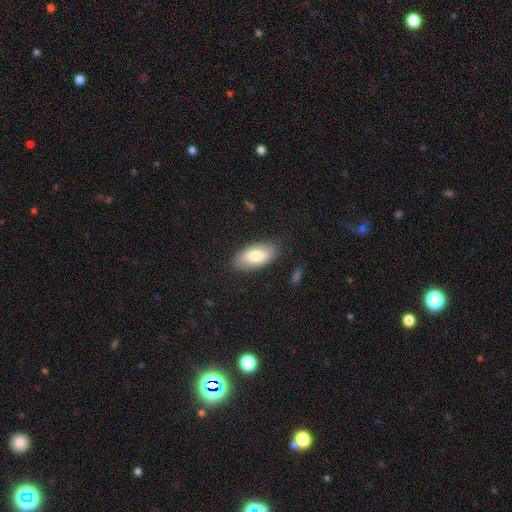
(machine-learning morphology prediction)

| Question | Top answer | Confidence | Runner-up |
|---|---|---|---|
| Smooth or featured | smooth | 76% | featured or disk (18%) |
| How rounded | in between | 93% | cigar-shaped (5%) |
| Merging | none | 84% | minor disturbance (12%) |